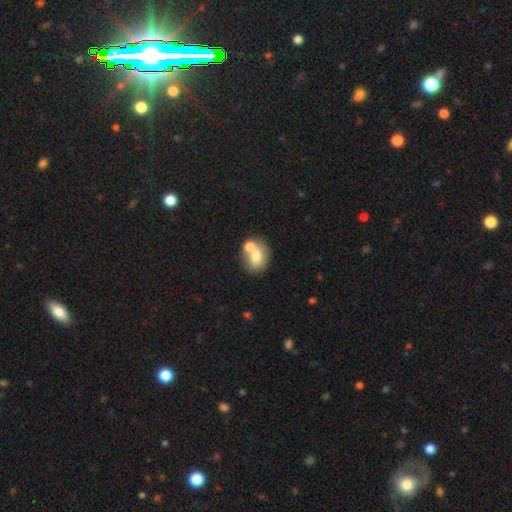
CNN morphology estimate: A smooth galaxy with no disk features (71%) that is round (55%).

Vote fractions:
- Smooth or featured? smooth: 71% / featured or disk: 20% / star or artifact: 9%
- How rounded? round: 55% / in between: 44% / cigar-shaped: 1%
- Merging? none: 52% / merger: 34% / minor disturbance: 11% / major disturbance: 4%